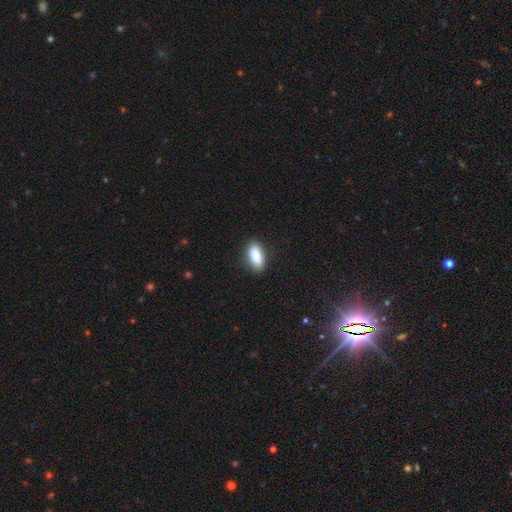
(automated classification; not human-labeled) Overall: smooth (88%). How rounded: in between (85%). Merging: none (83%).